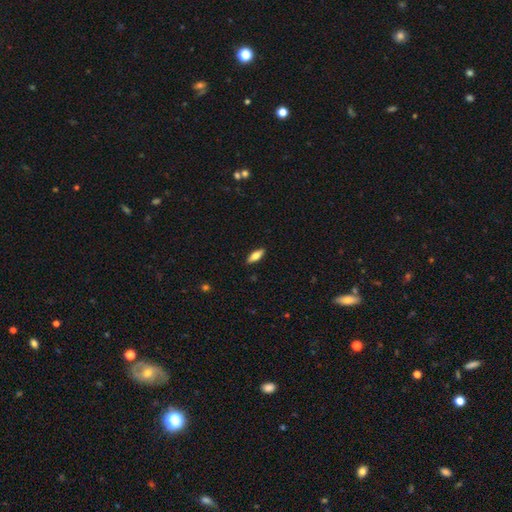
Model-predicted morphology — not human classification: Smooth or featured? Predicted: smooth (p=0.65). How rounded? Predicted: in between (p=0.65). Merging? Predicted: none (p=0.89).